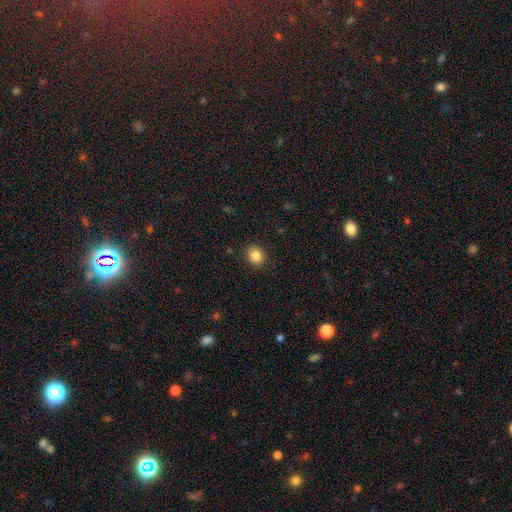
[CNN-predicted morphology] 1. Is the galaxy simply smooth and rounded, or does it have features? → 86% smooth, 10% star or artifact, 5% featured or disk.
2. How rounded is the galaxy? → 61% round, 39% in between, 1% cigar-shaped.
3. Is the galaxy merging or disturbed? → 89% none, 7% minor disturbance, 2% major disturbance, 1% merger.